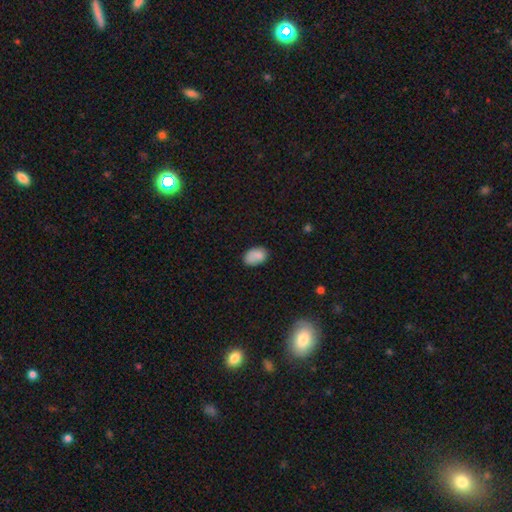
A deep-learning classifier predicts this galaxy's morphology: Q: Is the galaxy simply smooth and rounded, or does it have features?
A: smooth — 83%.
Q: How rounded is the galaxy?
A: in between — 86%.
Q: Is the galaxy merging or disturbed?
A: none — 72%.